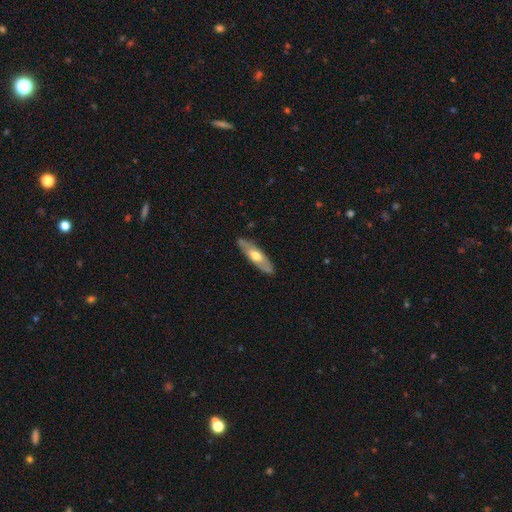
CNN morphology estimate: Smooth or featured? Predicted: featured or disk (p=0.51). Edge-on disk? Predicted: no (p=0.53). Merging? Predicted: none (p=0.83).